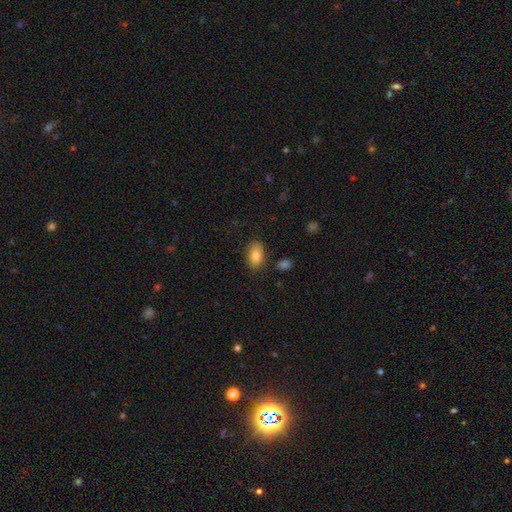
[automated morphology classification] type=smooth (83%); roundness=in between (89%); merging=none (81%).